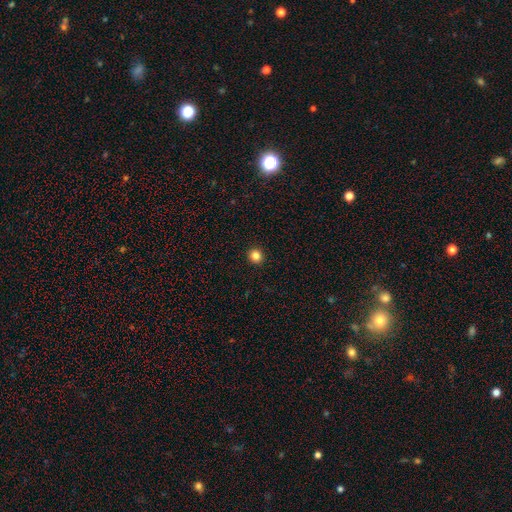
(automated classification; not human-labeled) A smooth galaxy with no disk features (84%) that is round (90%).

Vote fractions:
- Smooth or featured? smooth: 84% / star or artifact: 12% / featured or disk: 4%
- How rounded? round: 90% / in between: 9% / cigar-shaped: 1%
- Merging? none: 93% / minor disturbance: 4% / major disturbance: 1% / merger: 1%